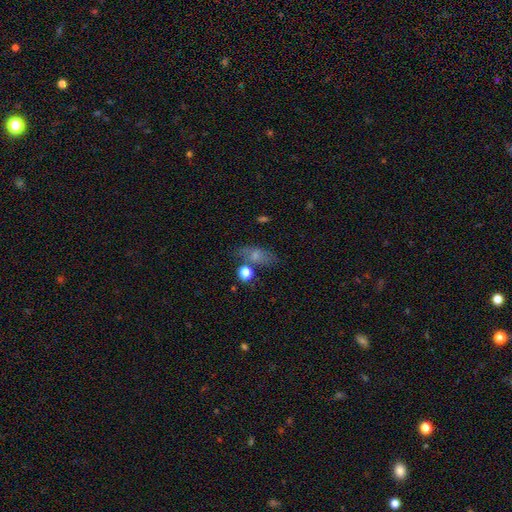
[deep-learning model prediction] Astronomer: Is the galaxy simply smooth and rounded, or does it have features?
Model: smooth — 61%.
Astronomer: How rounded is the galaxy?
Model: in between — 69%.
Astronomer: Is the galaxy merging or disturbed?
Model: none — 60%.